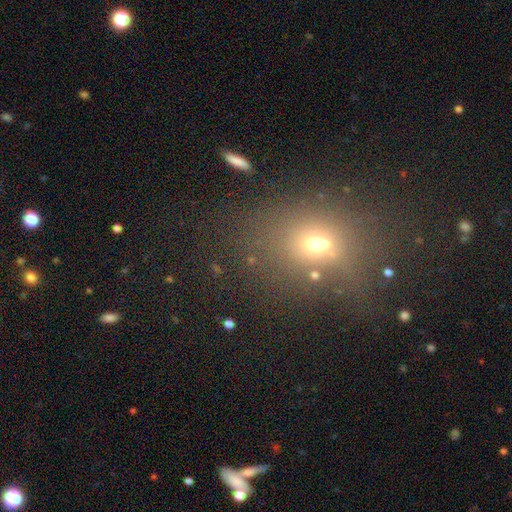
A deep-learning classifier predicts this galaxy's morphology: smooth 54%, star or artifact 35%, featured or disk 11%. Down the decision tree: how rounded — in between (50%); merging — none (75%).